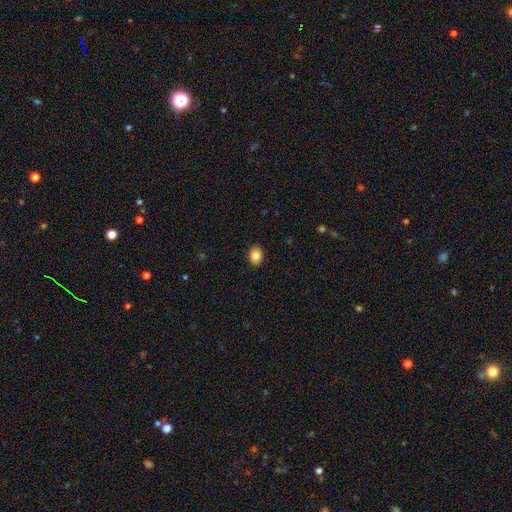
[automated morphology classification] A smooth galaxy with no disk features (85%) that is in between round and cigar-shaped (61%).

Vote fractions:
- Smooth or featured? smooth: 85% / star or artifact: 9% / featured or disk: 6%
- How rounded? in between: 61% / round: 38% / cigar-shaped: 1%
- Merging? none: 90% / minor disturbance: 7% / major disturbance: 2% / merger: 1%